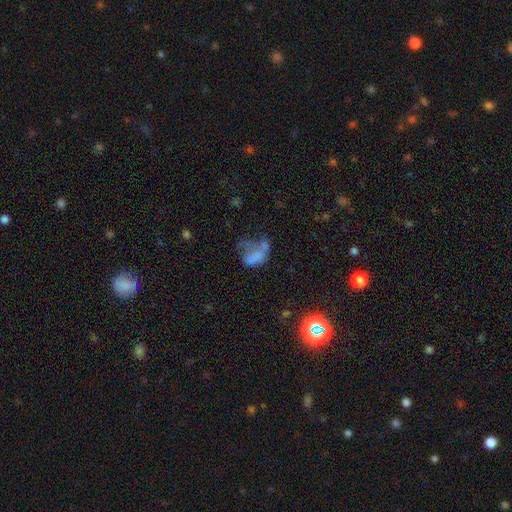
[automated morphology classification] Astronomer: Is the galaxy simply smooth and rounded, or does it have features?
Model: smooth — 50% (runner-up: featured or disk, 32%).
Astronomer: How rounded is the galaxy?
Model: in between — 81%.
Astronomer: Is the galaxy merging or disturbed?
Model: major disturbance — 43% (runner-up: merger, 21%).